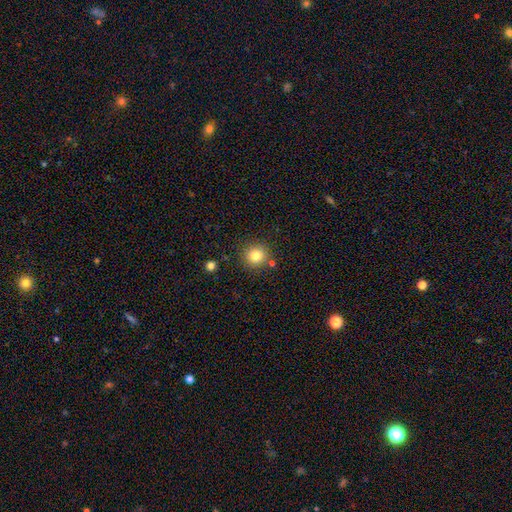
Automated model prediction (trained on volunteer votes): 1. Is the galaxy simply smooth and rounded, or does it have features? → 80% smooth, 12% star or artifact, 8% featured or disk.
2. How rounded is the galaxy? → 94% round, 5% in between, 1% cigar-shaped.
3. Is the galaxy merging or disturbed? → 84% none, 8% minor disturbance, 6% merger, 2% major disturbance.